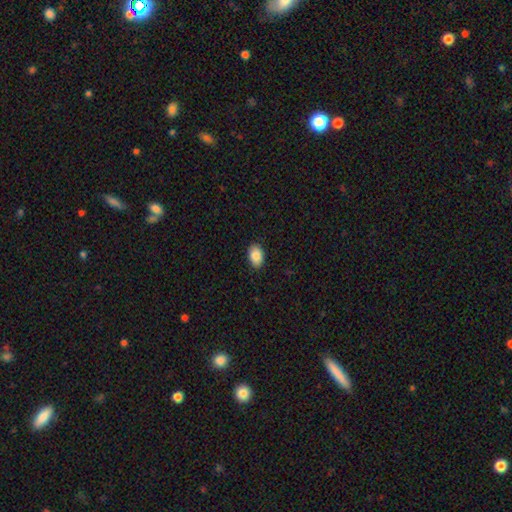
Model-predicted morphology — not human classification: smooth-or-featured: smooth: 88% | star or artifact: 7% | featured or disk: 5%
  how-rounded: in between: 87% | round: 12% | cigar-shaped: 1%
  merging: none: 89% | minor disturbance: 8% | major disturbance: 2% | merger: 1%